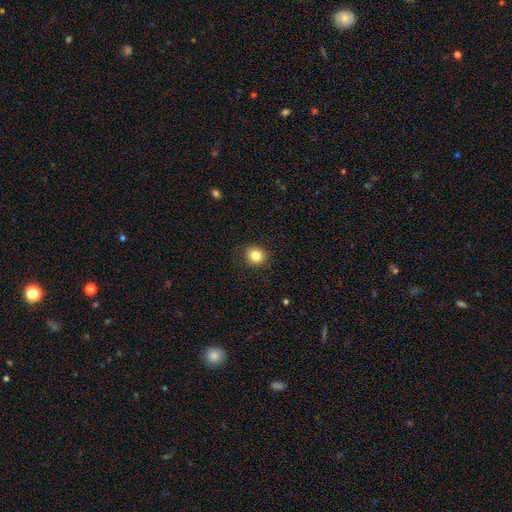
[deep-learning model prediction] This appears to be a smooth galaxy with no disk features (83%) that is round (83%). Merging: none (90%).